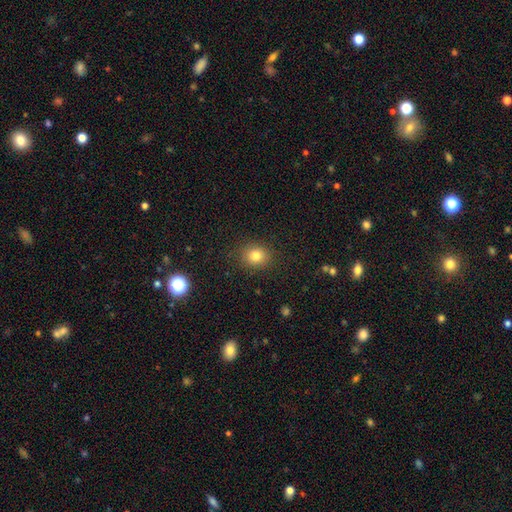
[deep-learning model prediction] This appears to be a smooth galaxy with no disk features (81%) that is round (72%). Merging: none (88%).